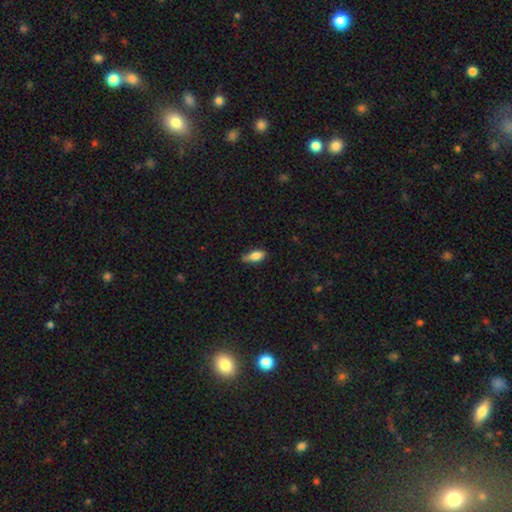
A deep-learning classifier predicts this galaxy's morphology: Smooth or featured?
  - smooth: 77% *
  - featured or disk: 16%
  - star or artifact: 7%
How rounded?
  - in between: 75% *
  - cigar-shaped: 22%
  - round: 3%
Merging?
  - none: 63% *
  - minor disturbance: 30%
  - major disturbance: 5%
  - merger: 2%